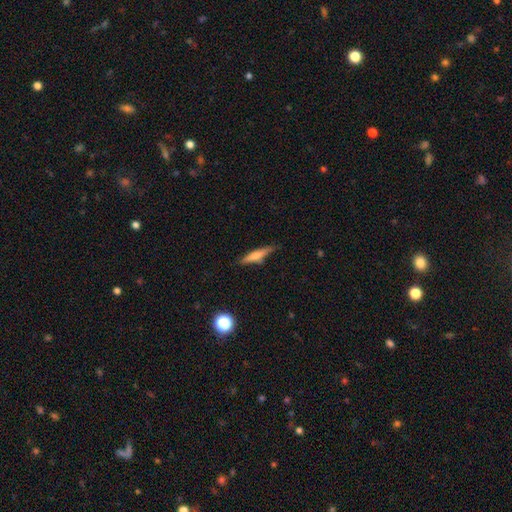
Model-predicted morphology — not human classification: A smooth galaxy with no disk features (55%) that is cigar-shaped (86%).

Vote fractions:
- Smooth or featured? smooth: 55% / featured or disk: 38% / star or artifact: 7%
- How rounded? cigar-shaped: 86% / in between: 12% / round: 2%
- Merging? none: 81% / minor disturbance: 14% / major disturbance: 3% / merger: 2%